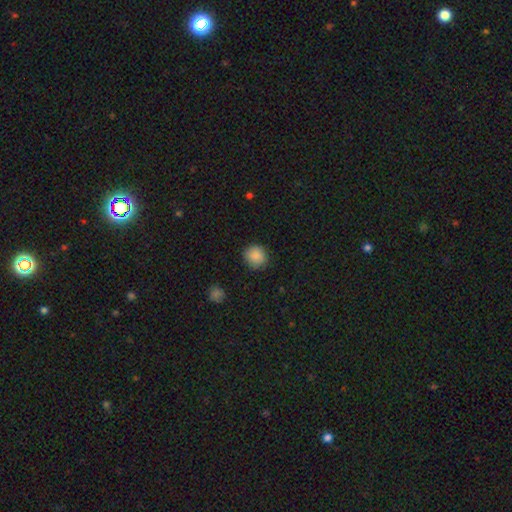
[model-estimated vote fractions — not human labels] Overall: smooth (87%). How rounded: round (90%). Merging: none (89%).